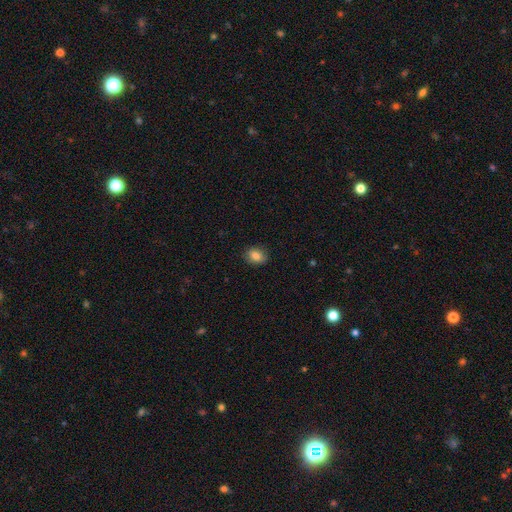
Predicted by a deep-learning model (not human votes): A smooth galaxy with no disk features (84%) that is in between round and cigar-shaped (60%). Merging: none (86%).